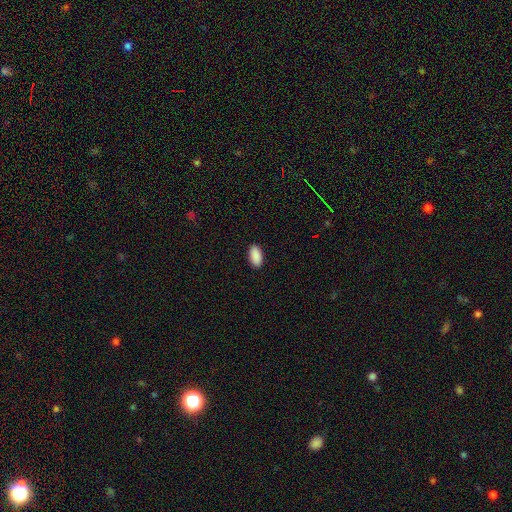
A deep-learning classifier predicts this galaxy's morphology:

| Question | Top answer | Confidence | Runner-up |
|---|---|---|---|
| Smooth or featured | smooth | 91% | star or artifact (6%) |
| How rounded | in between | 95% | cigar-shaped (3%) |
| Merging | none | 91% | minor disturbance (7%) |